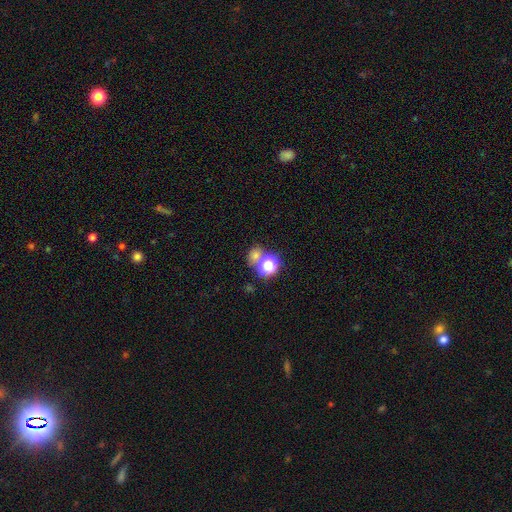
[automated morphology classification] This is likely a smooth galaxy (64%). How rounded: likely round (72%). Merging: possibly none (54%).